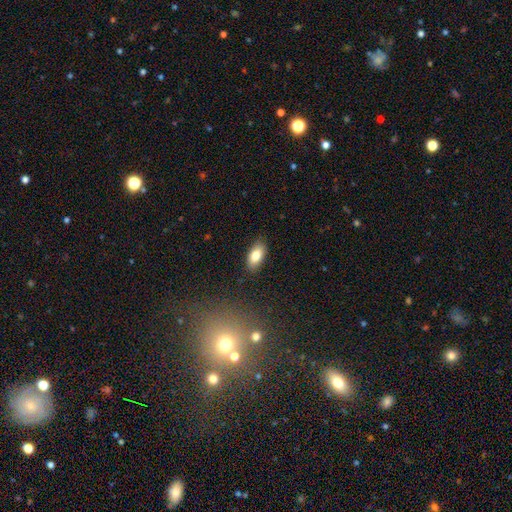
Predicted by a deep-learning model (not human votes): Smooth or featured? smooth (82%)
How rounded? in between (92%)
Merging? none (87%)